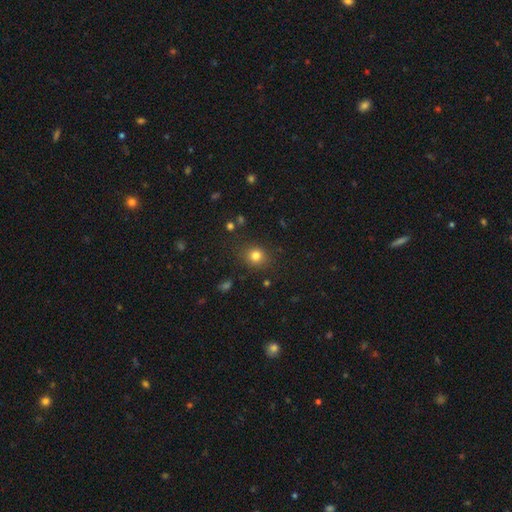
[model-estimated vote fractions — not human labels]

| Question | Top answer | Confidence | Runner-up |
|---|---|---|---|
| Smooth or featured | smooth | 80% | star or artifact (14%) |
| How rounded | round | 80% | in between (19%) |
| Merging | none | 85% | minor disturbance (9%) |